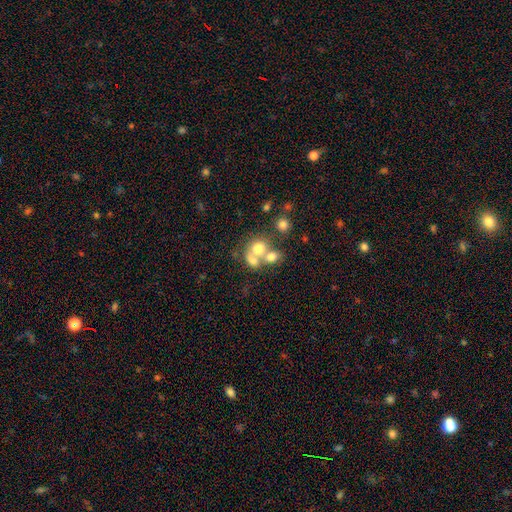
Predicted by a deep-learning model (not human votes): smooth 62%, featured or disk 24%, star or artifact 14%. Down the decision tree: how rounded — round (69%); merging — merger (57%).